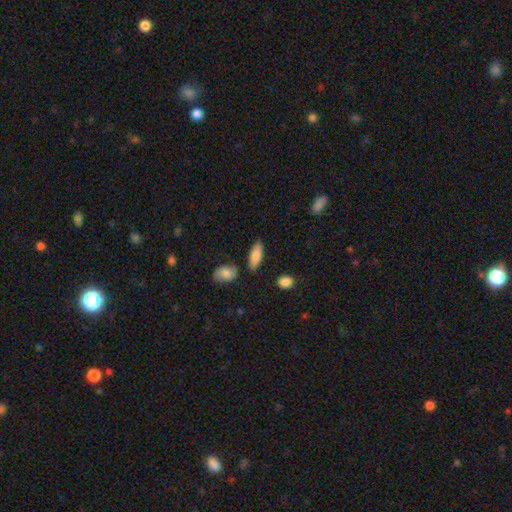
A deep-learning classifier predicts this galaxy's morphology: The model was most divided on "how rounded": in between: 68%, cigar-shaped: 29%, round: 2%. More confident: smooth or featured — smooth (84%); merging — none (83%).